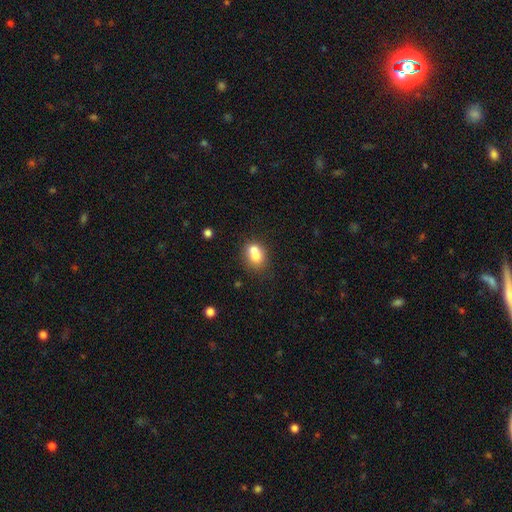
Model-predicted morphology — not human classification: A smooth galaxy with no disk features (70%) that is in between round and cigar-shaped (53%).

Vote fractions:
- Smooth or featured? smooth: 70% / featured or disk: 19% / star or artifact: 11%
- How rounded? in between: 53% / round: 46% / cigar-shaped: 1%
- Merging? merger: 52% / none: 34% / minor disturbance: 10% / major disturbance: 4%